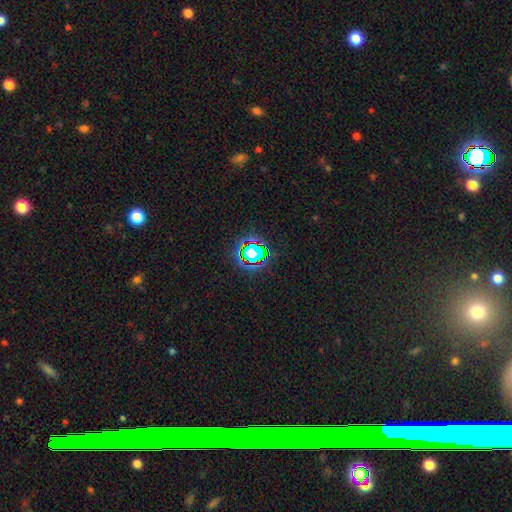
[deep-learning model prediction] This appears to be a star or artifact, not a galaxy (68%).